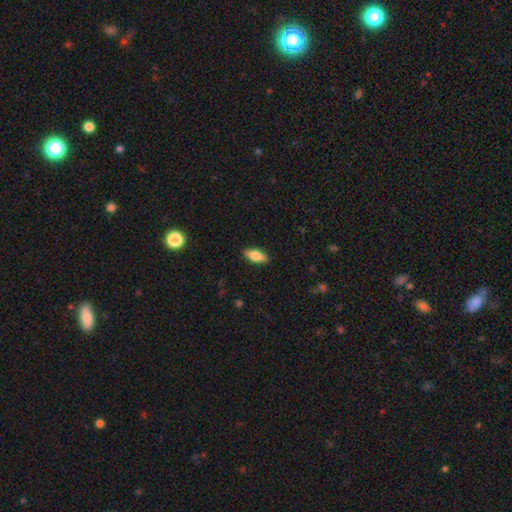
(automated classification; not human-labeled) Overall: smooth (75%). How rounded: in between (78%). Merging: none (88%).